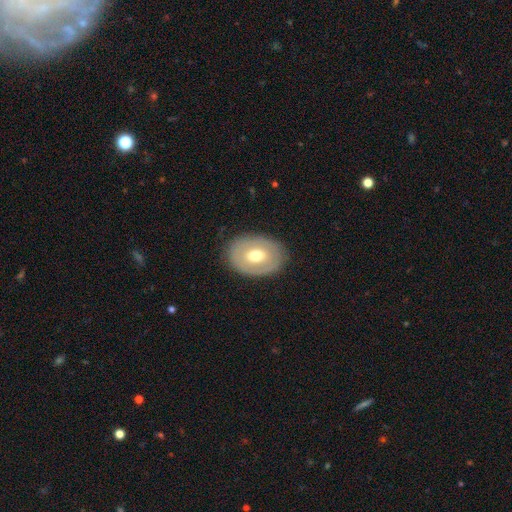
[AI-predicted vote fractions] Q: Smooth or featured?
A: smooth (49%); runner-up: featured or disk (44%)
Q: Merging?
A: none (83%); runner-up: minor disturbance (12%)